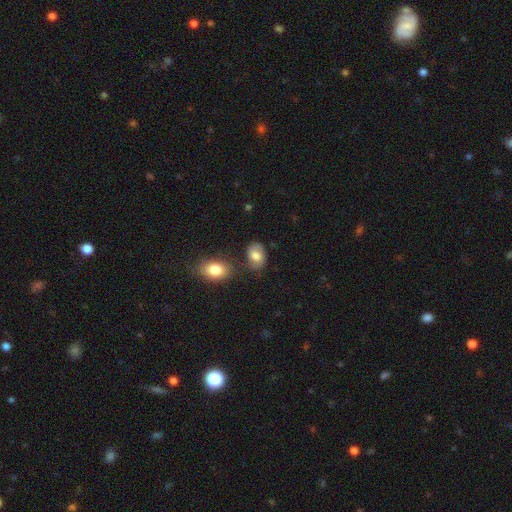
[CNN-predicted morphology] Overall: smooth (70%). How rounded: in between (79%). Merging: none (63%).